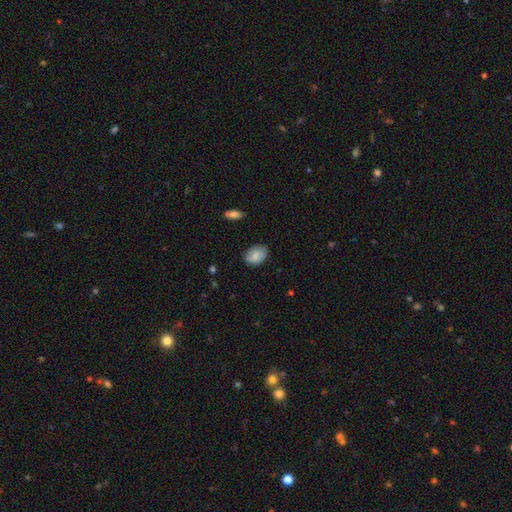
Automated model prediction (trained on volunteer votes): A smooth galaxy with no disk features (82%) that is in between round and cigar-shaped (83%). Merging: none (78%).